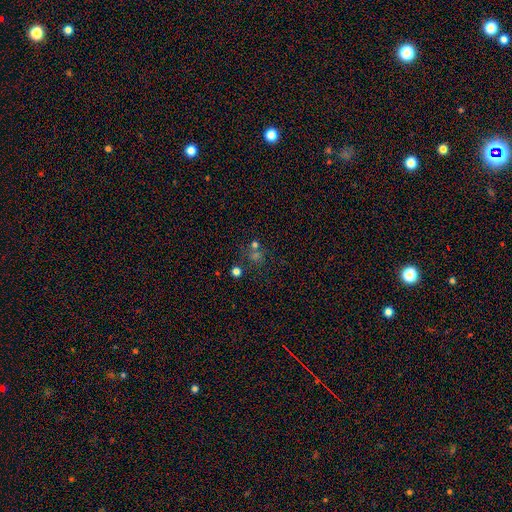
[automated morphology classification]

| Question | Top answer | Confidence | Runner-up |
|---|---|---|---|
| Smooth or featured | star or artifact | 48% | smooth (39%) |